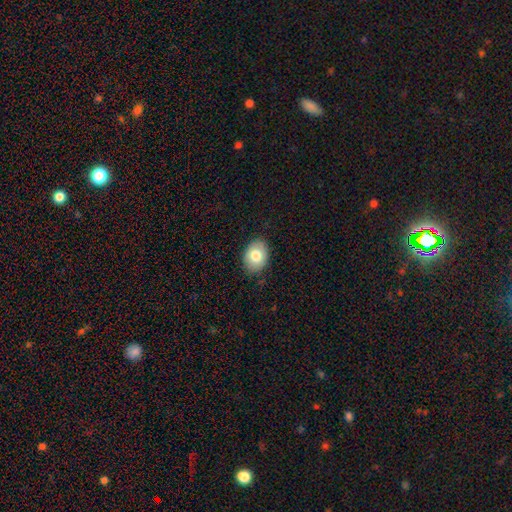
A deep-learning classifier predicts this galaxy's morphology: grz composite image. It shows a smooth galaxy with no disk features (78%) that is in between round and cigar-shaped (73%). Merging: none (86%).